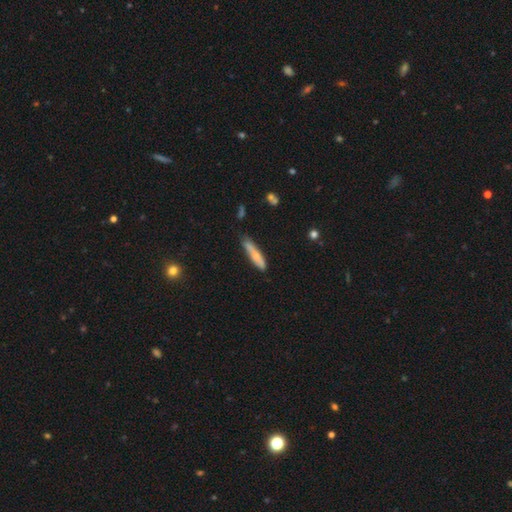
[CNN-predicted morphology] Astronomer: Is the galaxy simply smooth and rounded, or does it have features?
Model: smooth — 64%.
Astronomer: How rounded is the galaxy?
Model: cigar-shaped — 83%.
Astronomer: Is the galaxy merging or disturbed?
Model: none — 69%.